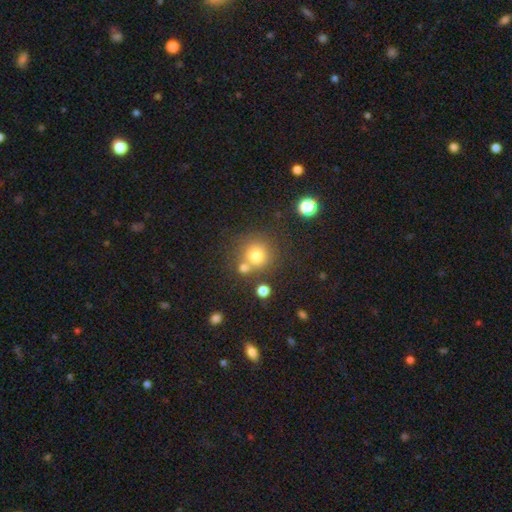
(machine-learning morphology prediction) Smooth or featured: smooth — 74% (star or artifact — 15%)
How rounded: round — 91% (in between — 8%)
Merging: none — 64% (merger — 22%)